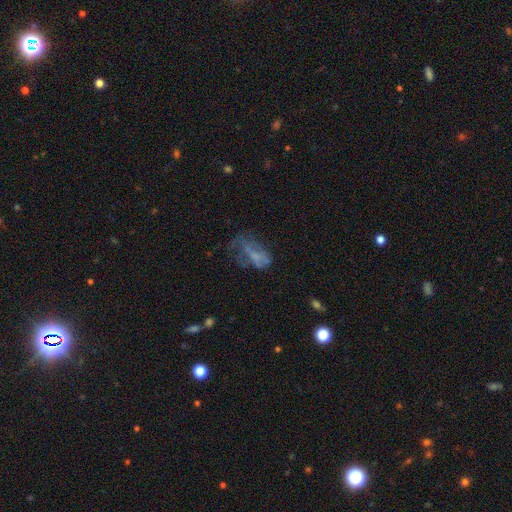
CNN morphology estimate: This appears to be a smooth galaxy with no disk features (43%). Merging: major disturbance (45%).